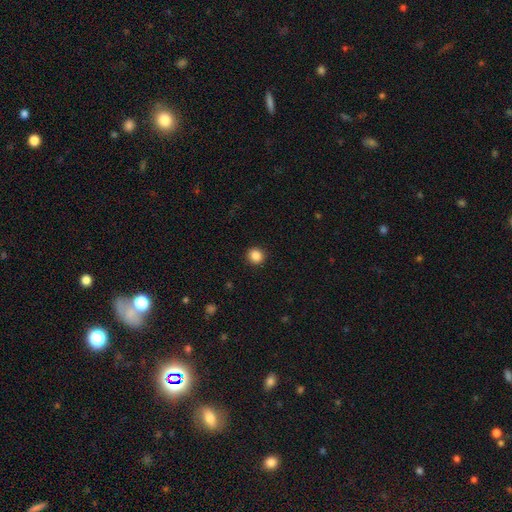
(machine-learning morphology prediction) Smooth or featured? smooth (86%)
How rounded? round (90%)
Merging? none (92%)